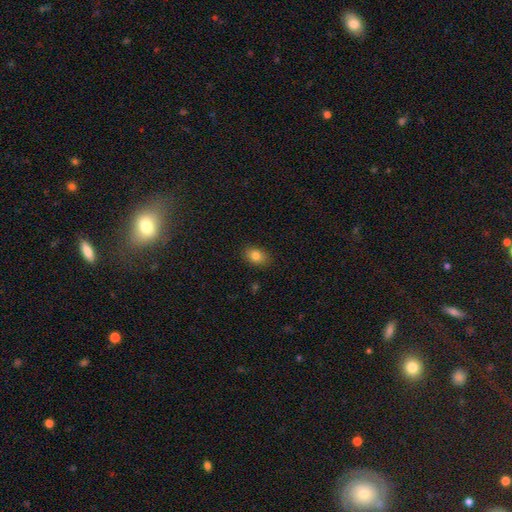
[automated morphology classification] Smooth or featured: smooth — 82% (star or artifact — 10%)
How rounded: in between — 71% (round — 28%)
Merging: none — 87% (minor disturbance — 9%)